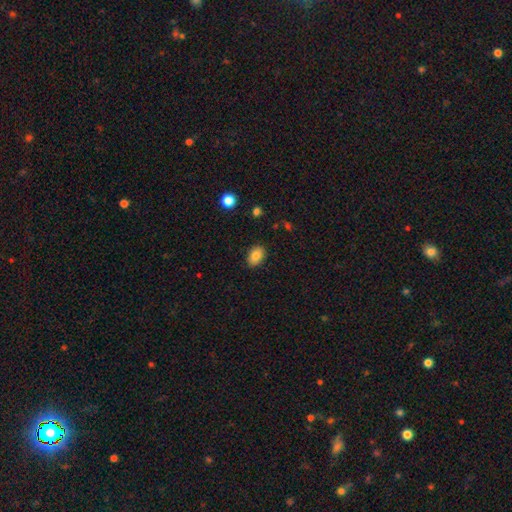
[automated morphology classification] A smooth galaxy with no disk features (84%) that is in between round and cigar-shaped (82%).

Vote fractions:
- Smooth or featured? smooth: 84% / star or artifact: 9% / featured or disk: 8%
- How rounded? in between: 82% / round: 17% / cigar-shaped: 1%
- Merging? none: 86% / minor disturbance: 10% / major disturbance: 2% / merger: 1%